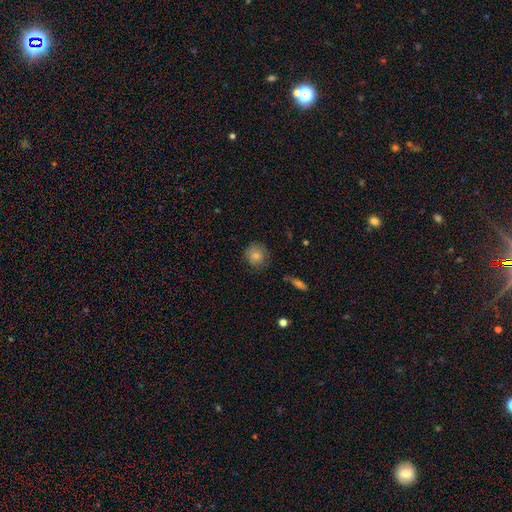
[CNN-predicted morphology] Smooth or featured? smooth (75%)
How rounded? round (89%)
Merging? none (82%)